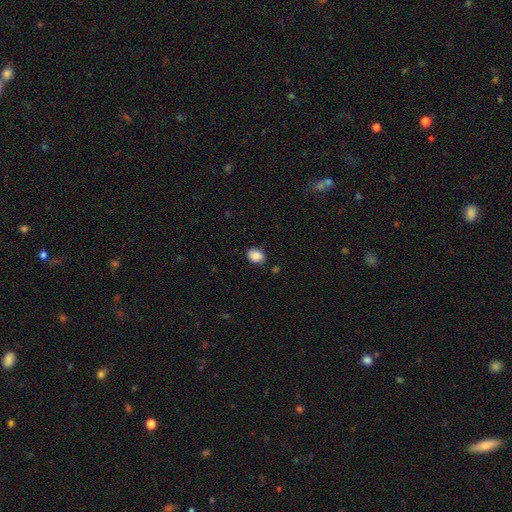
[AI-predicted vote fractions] This appears to be a smooth galaxy with no disk features (88%) that is in between round and cigar-shaped (64%). Merging: none (82%).